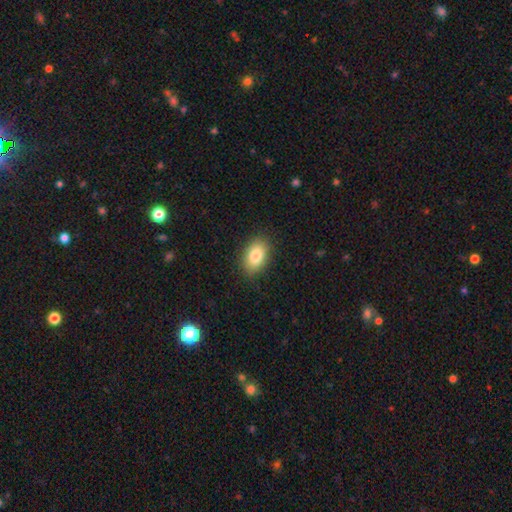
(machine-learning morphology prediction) This is clearly a smooth galaxy (85%). How rounded: clearly in between (90%). Merging: clearly none (87%).